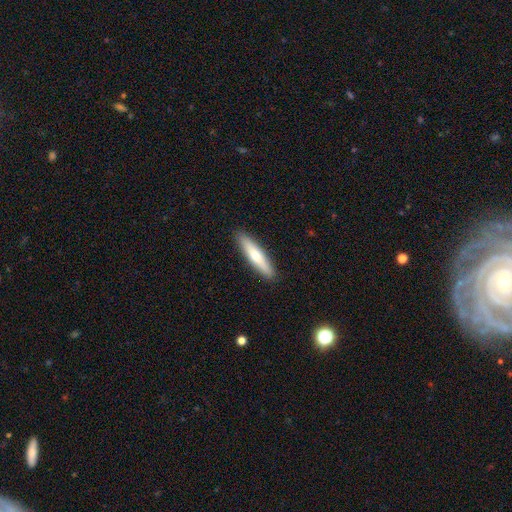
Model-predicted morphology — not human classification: Smooth or featured?
  - smooth: 61% *
  - featured or disk: 34%
  - star or artifact: 5%
How rounded?
  - cigar-shaped: 84% *
  - in between: 15%
  - round: 1%
Merging?
  - none: 91% *
  - minor disturbance: 7%
  - major disturbance: 1%
  - merger: 1%